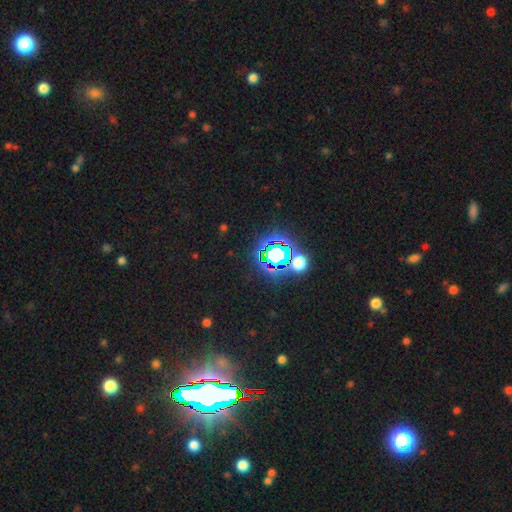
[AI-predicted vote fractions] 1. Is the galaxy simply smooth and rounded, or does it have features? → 84% star or artifact, 9% smooth, 6% featured or disk.